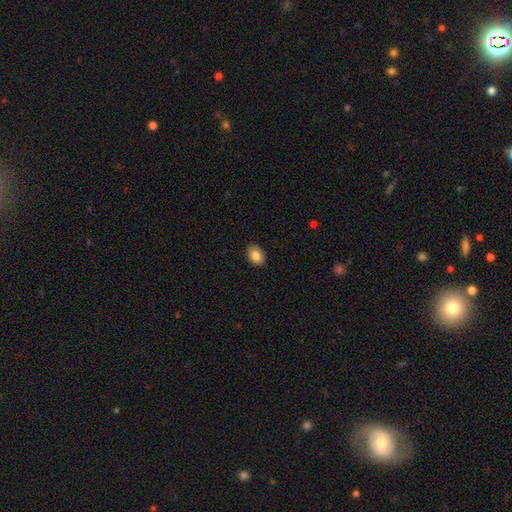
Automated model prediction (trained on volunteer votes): Q: Smooth or featured?
A: smooth (86%); runner-up: star or artifact (8%)
Q: How rounded?
A: in between (80%); runner-up: round (19%)
Q: Merging?
A: none (87%); runner-up: minor disturbance (10%)